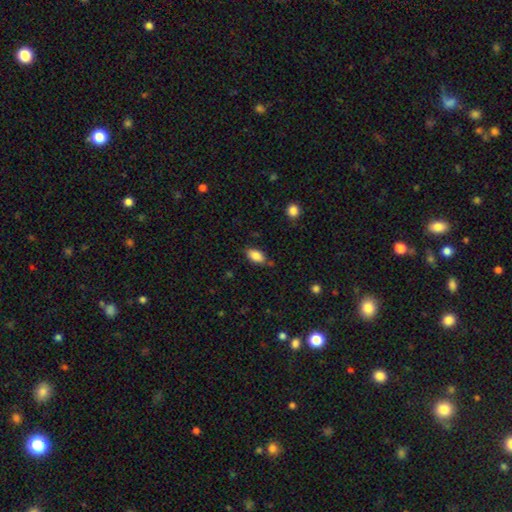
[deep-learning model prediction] This is clearly a smooth galaxy (86%). How rounded: clearly in between (91%). Merging: likely none (78%).